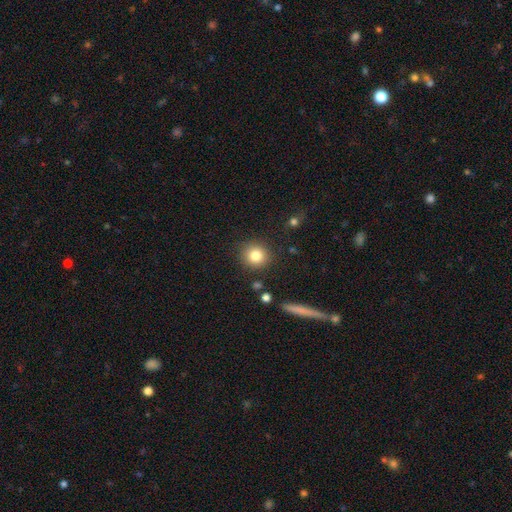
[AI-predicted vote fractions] A smooth galaxy with no disk features (83%) that is round (90%).

Vote fractions:
- Smooth or featured? smooth: 83% / star or artifact: 10% / featured or disk: 7%
- How rounded? round: 90% / in between: 9% / cigar-shaped: 1%
- Merging? none: 88% / minor disturbance: 7% / major disturbance: 3% / merger: 2%